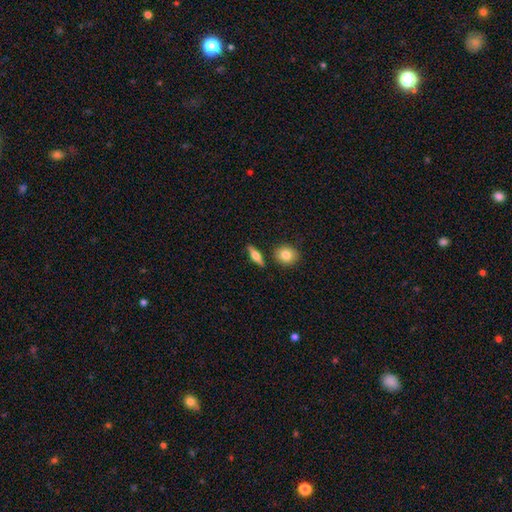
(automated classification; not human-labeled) smooth-or-featured: smooth: 49% | featured or disk: 44% | star or artifact: 7%
  merging: none: 84% | minor disturbance: 8% | merger: 5% | major disturbance: 2%